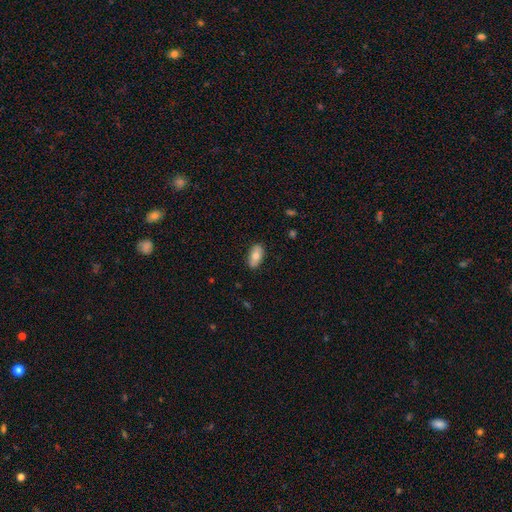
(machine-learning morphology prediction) Q: Smooth or featured?
A: smooth (70%); runner-up: featured or disk (24%)
Q: How rounded?
A: in between (90%); runner-up: cigar-shaped (6%)
Q: Merging?
A: none (85%); runner-up: minor disturbance (12%)